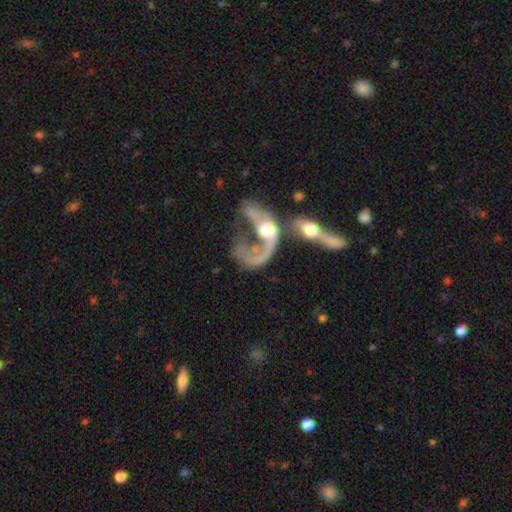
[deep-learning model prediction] smooth-or-featured: featured or disk: 70% | smooth: 22% | star or artifact: 8%
  disk-edge-on: no: 91% | yes: 9%
    bar: no: 74% | weak: 20% | strong: 7%
    has-spiral-arms: yes: 61% | no: 39%
    bulge-size: moderate: 57% | large: 19% | small: 14% | none: 7% | dominant: 3%
  merging: merger: 64% | major disturbance: 23% | none: 9% | minor disturbance: 5%